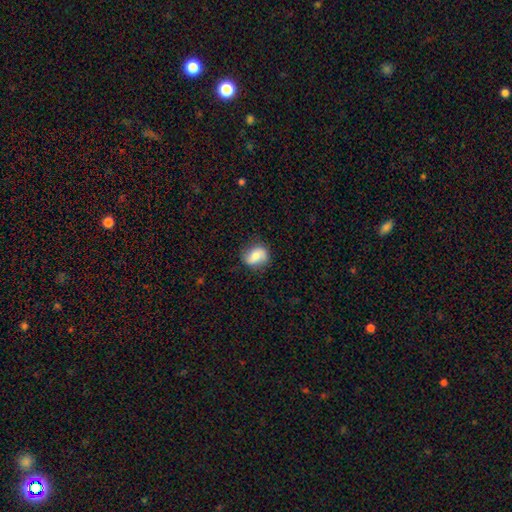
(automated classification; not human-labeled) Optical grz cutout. It shows a smooth galaxy with no disk features (57%) that is in between round and cigar-shaped (55%). Merging: none (77%).